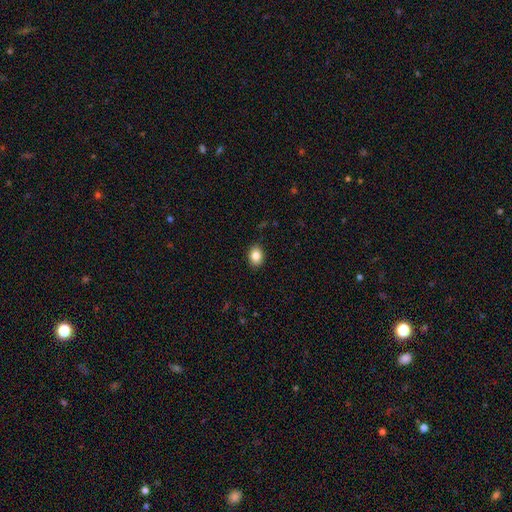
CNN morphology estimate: type=smooth (85%); roundness=in between (59%); merging=none (89%).